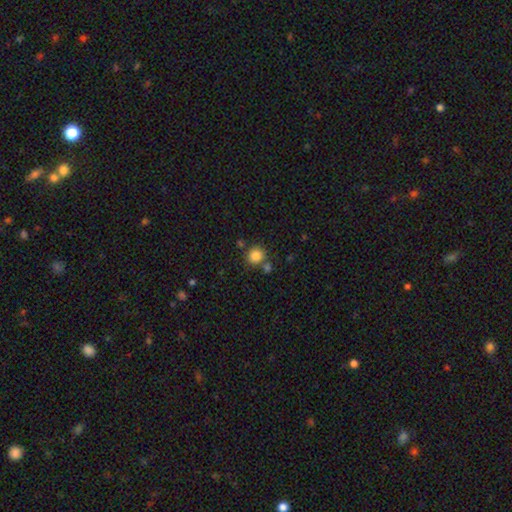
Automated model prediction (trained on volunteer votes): A smooth galaxy with no disk features (84%) that is round (89%). Merging: none (73%).